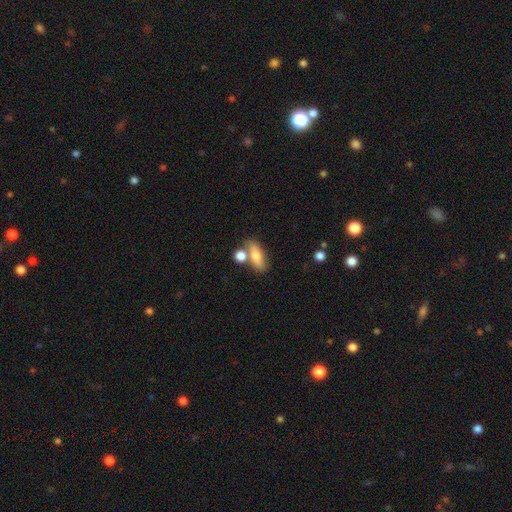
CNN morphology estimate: Smooth or featured? Predicted: smooth (p=0.69). How rounded? Predicted: in between (p=0.67). Merging? Predicted: none (p=0.55).